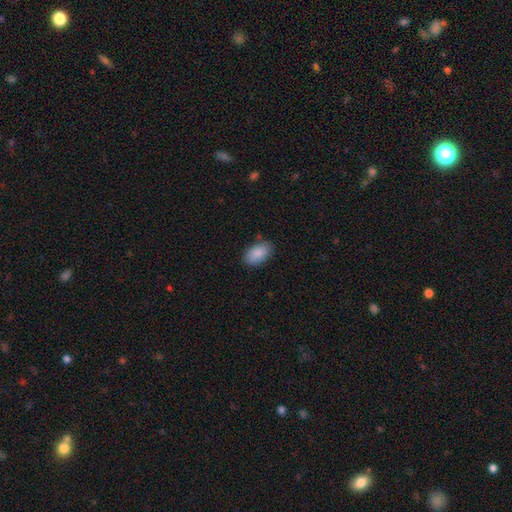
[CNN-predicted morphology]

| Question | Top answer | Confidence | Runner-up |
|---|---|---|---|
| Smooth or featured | smooth | 88% | star or artifact (7%) |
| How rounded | in between | 94% | round (5%) |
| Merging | none | 82% | minor disturbance (14%) |